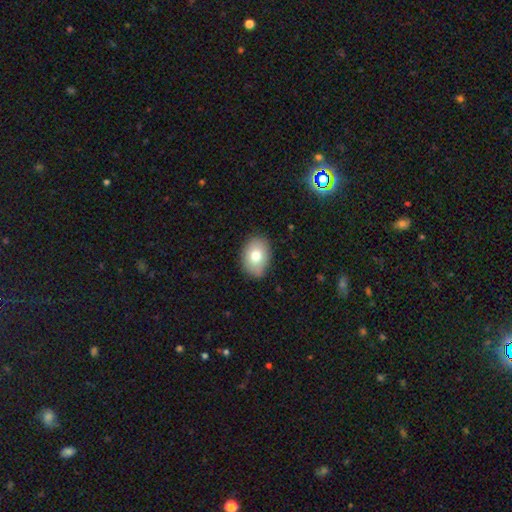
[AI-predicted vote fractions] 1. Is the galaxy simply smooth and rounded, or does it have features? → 77% smooth, 14% featured or disk, 8% star or artifact.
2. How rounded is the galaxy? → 74% in between, 25% round, 1% cigar-shaped.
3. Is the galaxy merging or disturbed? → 82% none, 14% minor disturbance, 3% major disturbance, 1% merger.